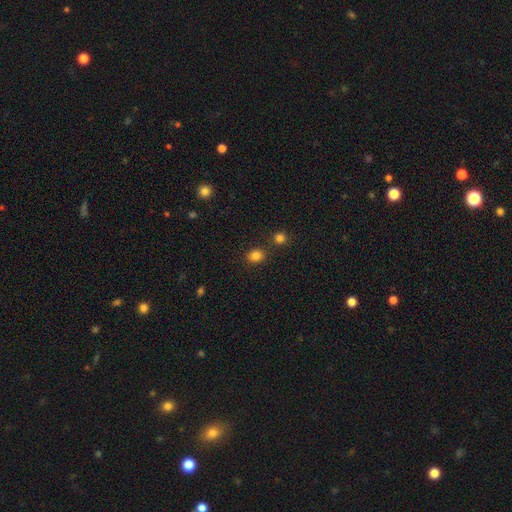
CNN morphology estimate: type=smooth (83%); roundness=round (58%); merging=none (79%).